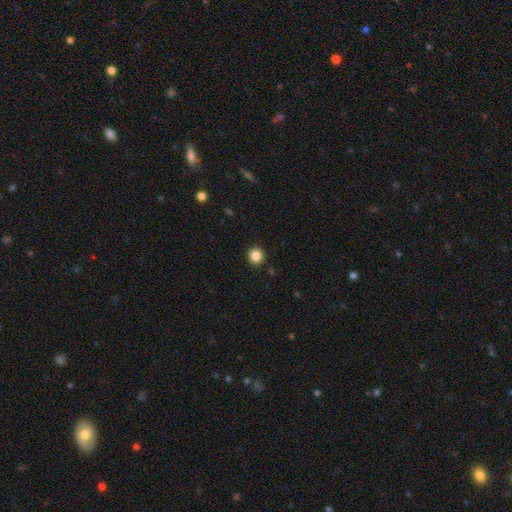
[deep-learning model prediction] Smooth or featured? Predicted: smooth (p=0.85). How rounded? Predicted: round (p=0.93). Merging? Predicted: none (p=0.92).